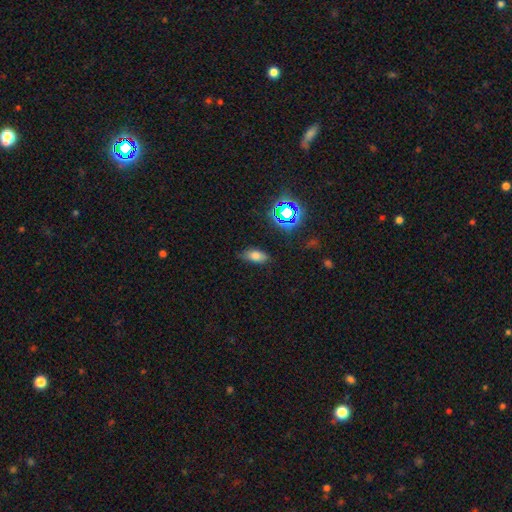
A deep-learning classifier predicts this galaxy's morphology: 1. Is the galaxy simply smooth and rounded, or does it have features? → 71% smooth, 18% star or artifact, 11% featured or disk.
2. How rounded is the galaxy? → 86% in between, 9% cigar-shaped, 6% round.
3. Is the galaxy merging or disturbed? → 80% none, 15% minor disturbance, 3% major disturbance, 2% merger.